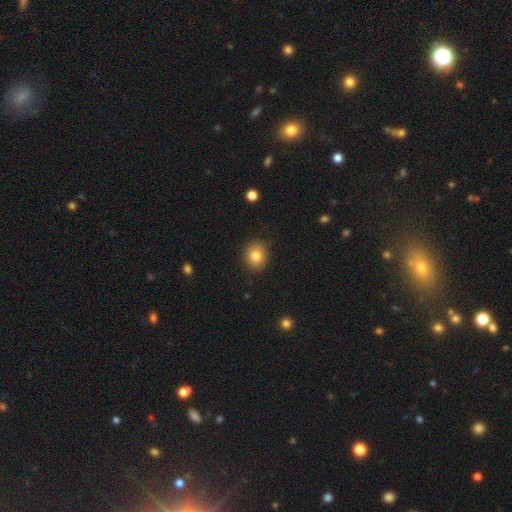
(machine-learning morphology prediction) Overall: smooth (82%). How rounded: round (68%; in between 31%). Merging: none (88%).